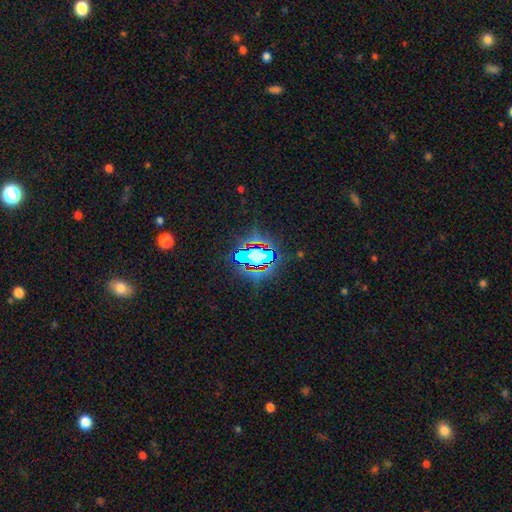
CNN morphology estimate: Overall: star or artifact (56%; smooth 27%).